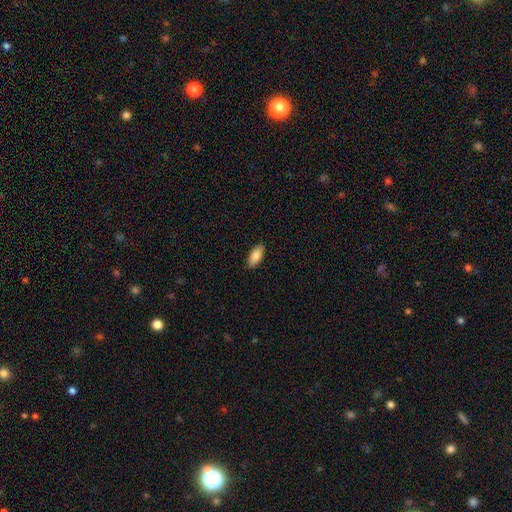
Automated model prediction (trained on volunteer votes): smooth-or-featured: smooth: 89% | star or artifact: 6% | featured or disk: 5%
  how-rounded: in between: 86% | cigar-shaped: 12% | round: 2%
  merging: none: 89% | minor disturbance: 8% | major disturbance: 2% | merger: 1%